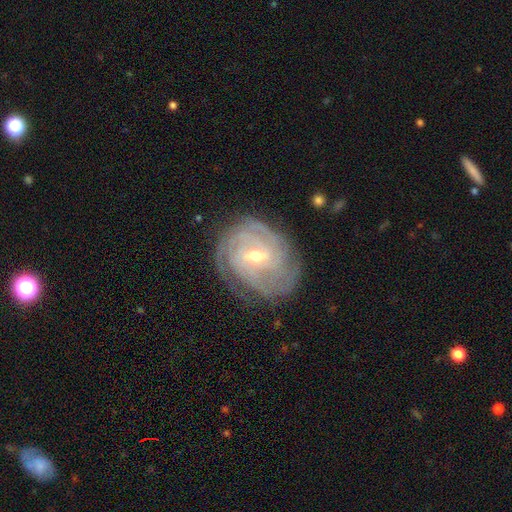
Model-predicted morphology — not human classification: This appears to be a featured or disk galaxy (88%) with a weak bar (54%), tight (78%) spiral arms (97%) and a moderate central bulge (49%). Merging: none (78%).